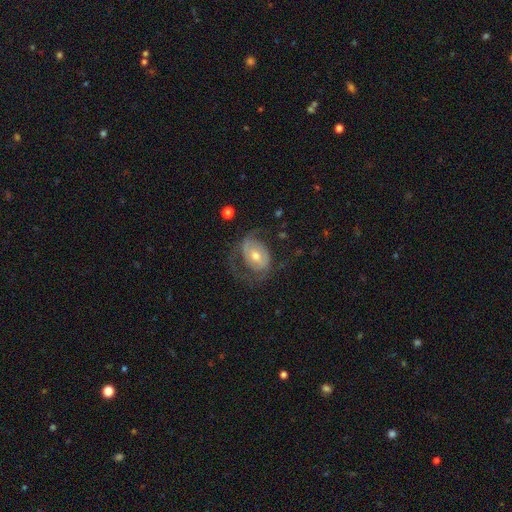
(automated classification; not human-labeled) featured or disk 72%, smooth 22%, star or artifact 7%. Down the decision tree: edge-on disk — no (96%); bar — no (49%); spiral arms — yes (75%); spiral arm count — 2 (62%); spiral winding — medium (41%); bulge size — moderate (67%); merging — none (49%).